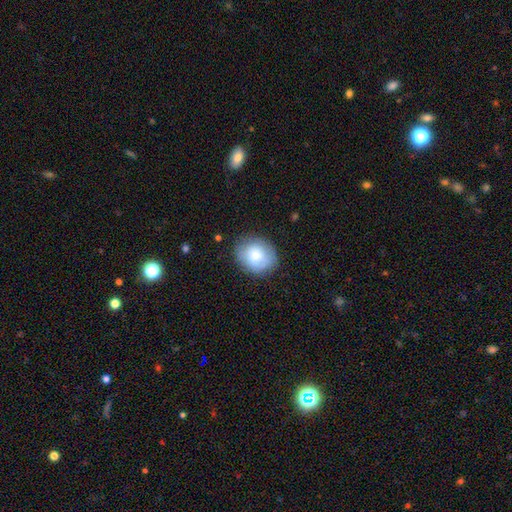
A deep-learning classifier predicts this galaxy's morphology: Smooth or featured?
  - smooth: 70% *
  - featured or disk: 23%
  - star or artifact: 8%
How rounded?
  - round: 71% *
  - in between: 29%
  - cigar-shaped: 1%
Merging?
  - none: 78% *
  - minor disturbance: 16%
  - major disturbance: 5%
  - merger: 1%